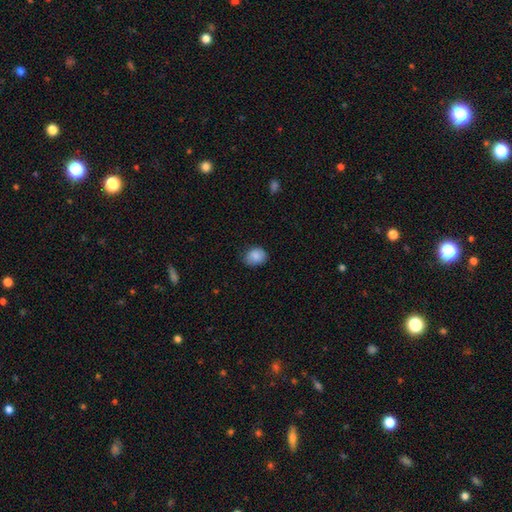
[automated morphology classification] Smooth or featured? smooth (86%)
How rounded? round (55%)
Merging? none (73%)